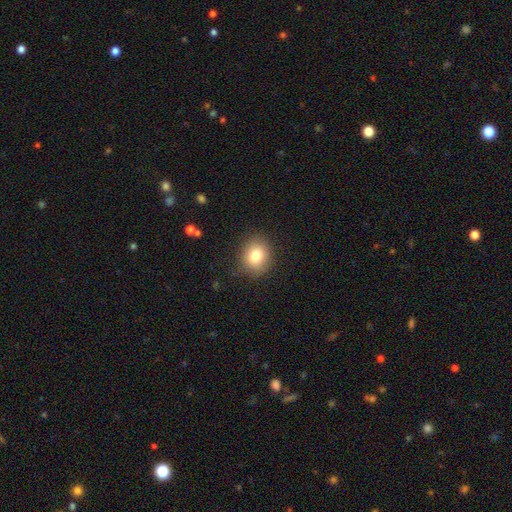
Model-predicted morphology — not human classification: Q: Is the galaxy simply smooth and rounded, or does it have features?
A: smooth — 80%.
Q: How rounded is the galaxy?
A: round — 66%.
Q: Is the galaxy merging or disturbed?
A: none — 86%.